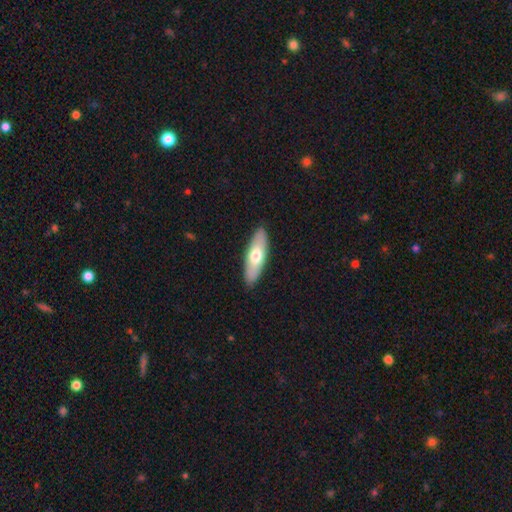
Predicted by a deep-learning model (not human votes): A smooth galaxy with no disk features (63%) that is in between round and cigar-shaped (55%). Merging: none (89%).